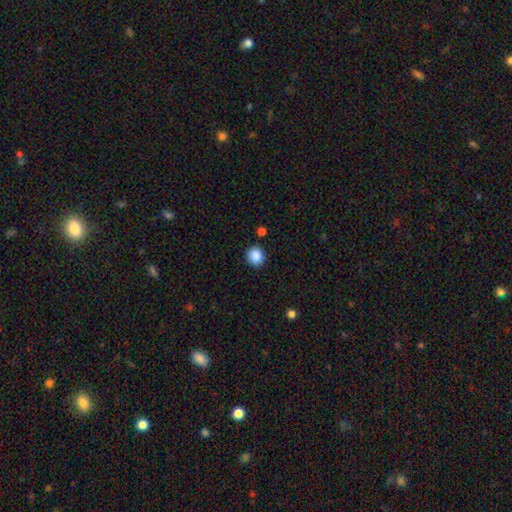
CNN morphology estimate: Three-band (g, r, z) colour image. It shows a smooth galaxy with no disk features (88%) that is round (89%). Merging: none (88%).